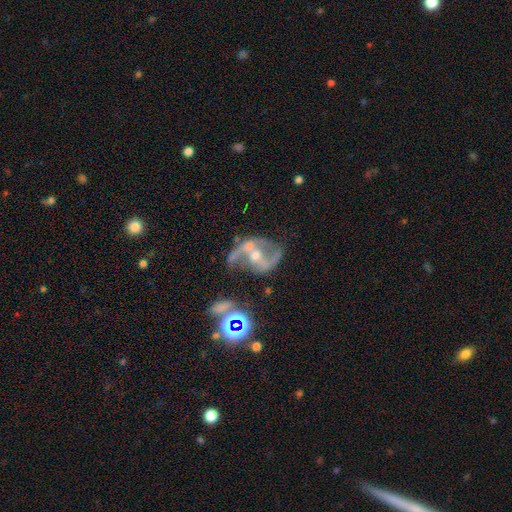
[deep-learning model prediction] Smooth or featured?
  - featured or disk: 85% *
  - star or artifact: 9%
  - smooth: 6%
Edge-on disk?
  - no: 97% *
  - yes: 3%
Bar?
  - strong: 35% * (tied)
  - weak: 35% * (tied)
  - no: 29%
Spiral arms?
  - yes: 92% *
  - no: 8%
Spiral winding?
  - loose: 49% *
  - medium: 41%
  - tight: 9%
Spiral arm count?
  - 2: 88% *
  - 1: 4%
  - can't tell: 4%
  - 3: 2%
  - 4: 1%
  - more than 4: 1%
Bulge size?
  - moderate: 56% *
  - small: 38%
  - large: 3%
  - none: 3%
  - dominant: 1%
Merging?
  - none: 54% *
  - minor disturbance: 21%
  - major disturbance: 17%
  - merger: 8%